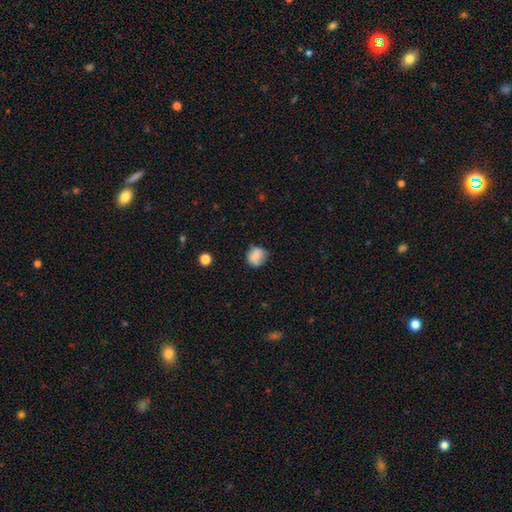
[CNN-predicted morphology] Smooth or featured?
  - smooth: 80% *
  - featured or disk: 11%
  - star or artifact: 9%
How rounded?
  - round: 78% *
  - in between: 21%
  - cigar-shaped: 1%
Merging?
  - none: 67% *
  - minor disturbance: 25%
  - major disturbance: 6%
  - merger: 2%